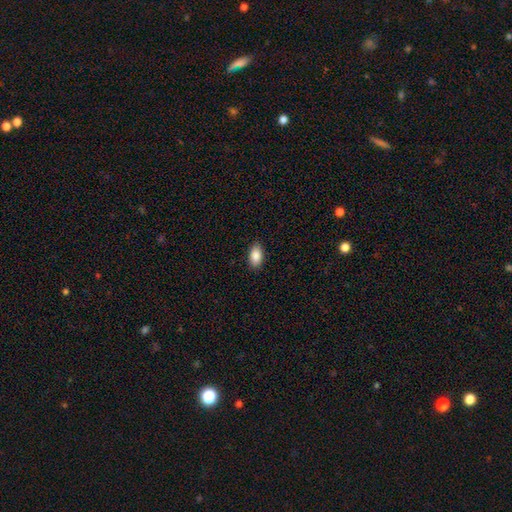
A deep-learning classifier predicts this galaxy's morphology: Overall: smooth (88%). How rounded: in between (93%). Merging: none (89%).